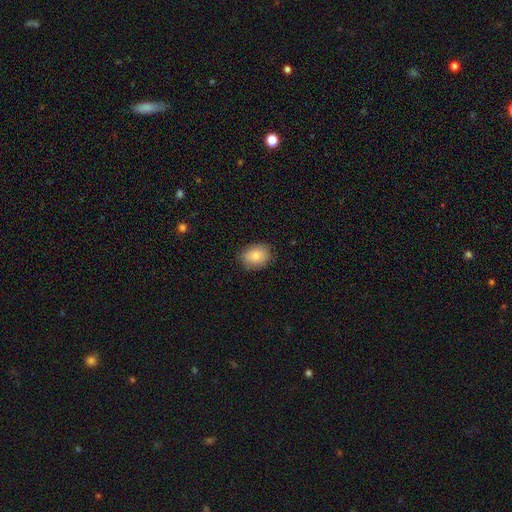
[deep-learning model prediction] Smooth or featured?
  - smooth: 84% *
  - featured or disk: 8%
  - star or artifact: 8%
How rounded?
  - in between: 61% *
  - round: 38%
  - cigar-shaped: 1%
Merging?
  - none: 84% *
  - minor disturbance: 13%
  - major disturbance: 3%
  - merger: 1%